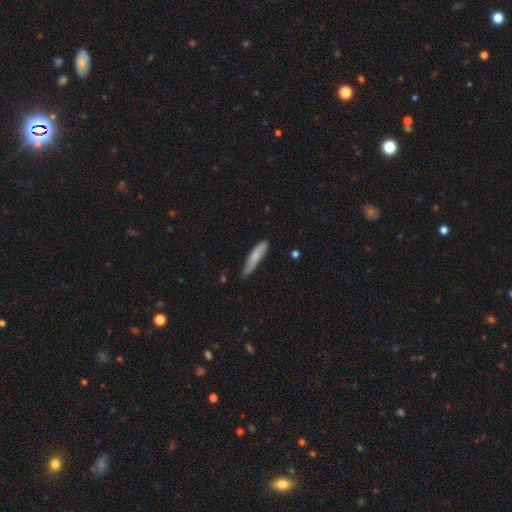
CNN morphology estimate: type=smooth (67%); roundness=cigar-shaped (82%); merging=none (72%).